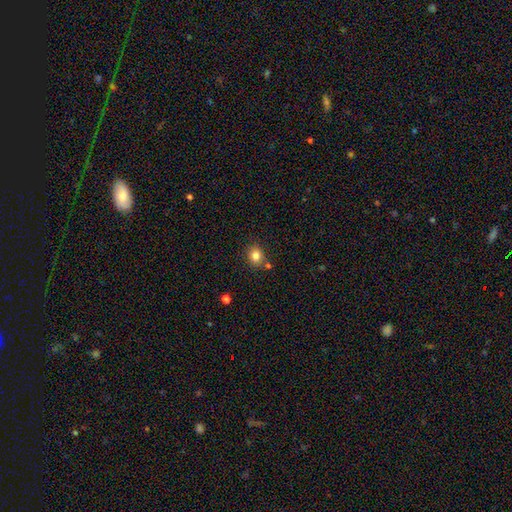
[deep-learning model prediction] Smooth or featured? smooth (83%)
How rounded? round (70%)
Merging? none (76%)